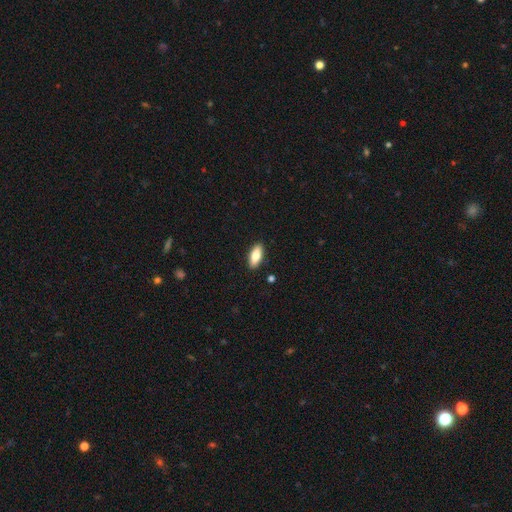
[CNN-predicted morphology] Overall: smooth (78%). How rounded: in between (79%). Merging: none (90%).